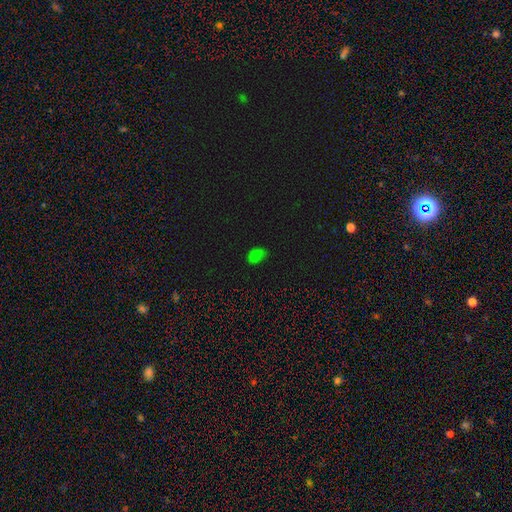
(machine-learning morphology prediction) Smooth or featured? smooth (67%)
How rounded? in between (84%)
Merging? none (73%)